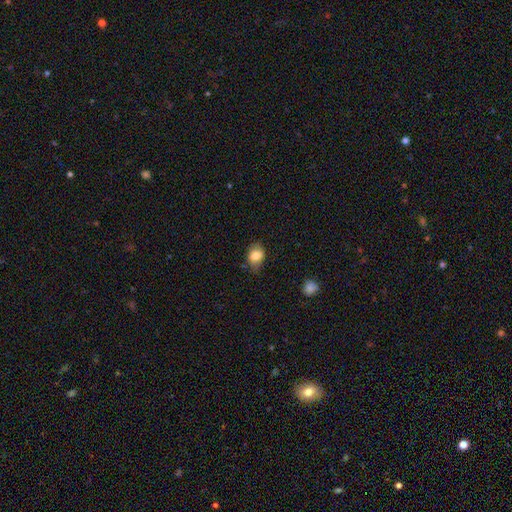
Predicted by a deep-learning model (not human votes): A smooth galaxy with no disk features (80%) that is in between round and cigar-shaped (72%).

Vote fractions:
- Smooth or featured? smooth: 80% / featured or disk: 11% / star or artifact: 9%
- How rounded? in between: 72% / round: 27% / cigar-shaped: 1%
- Merging? none: 67% / minor disturbance: 26% / major disturbance: 6% / merger: 2%